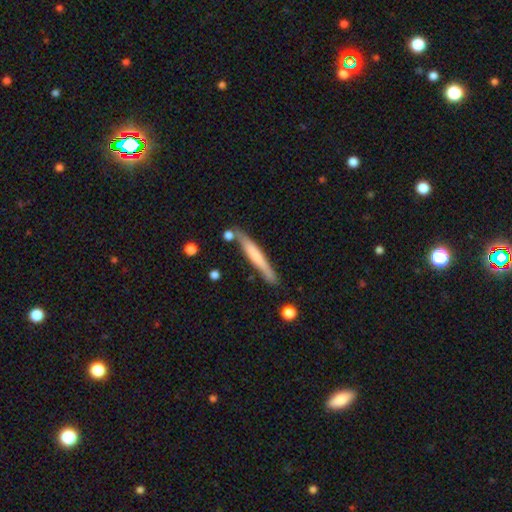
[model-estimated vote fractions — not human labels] Overall: smooth (57%; featured or disk 37%). How rounded: cigar-shaped (95%). Merging: none (77%).